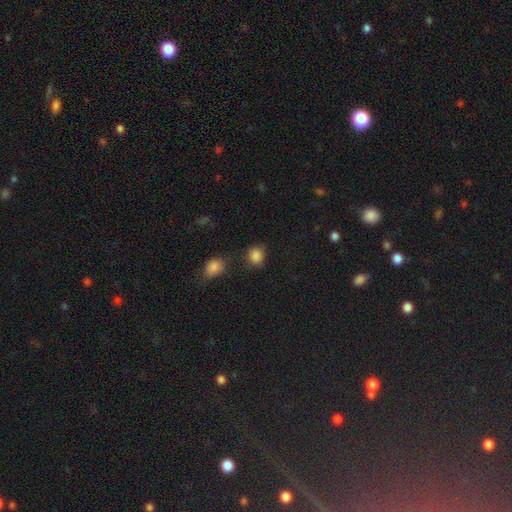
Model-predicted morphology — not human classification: The model was most divided on "how rounded": round: 71%, in between: 28%, cigar-shaped: 1%. More confident: smooth or featured — smooth (85%); merging — none (72%).